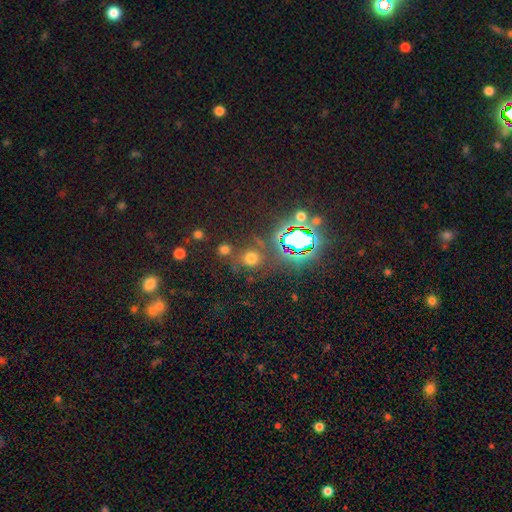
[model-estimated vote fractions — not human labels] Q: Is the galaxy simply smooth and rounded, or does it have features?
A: star or artifact — 78%.